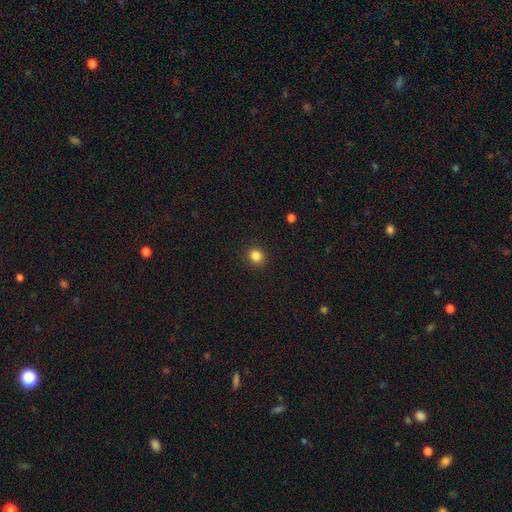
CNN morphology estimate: This is clearly a smooth galaxy (85%). How rounded: clearly round (88%). Merging: clearly none (91%).